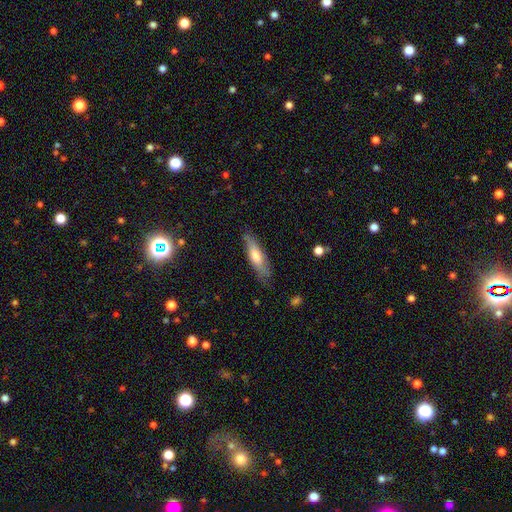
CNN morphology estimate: This appears to be a smooth galaxy with no disk features (58%) that is cigar-shaped (69%). Merging: none (75%).